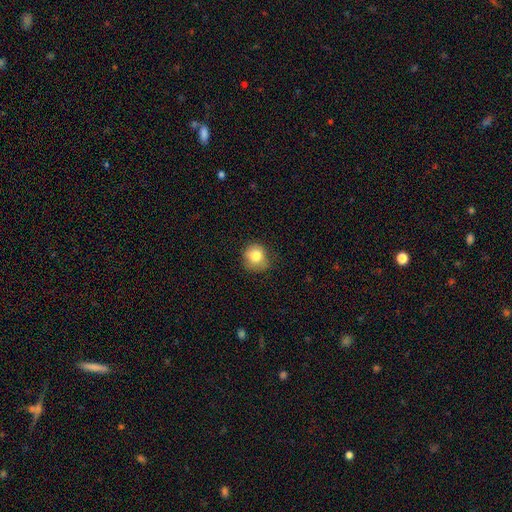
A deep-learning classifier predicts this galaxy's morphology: Smooth or featured? smooth (82%)
How rounded? round (88%)
Merging? none (73%)